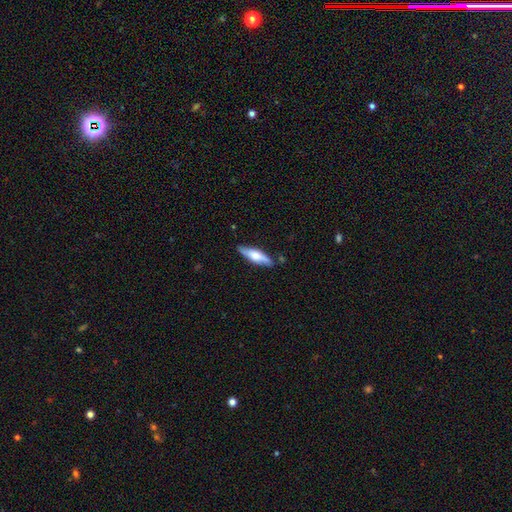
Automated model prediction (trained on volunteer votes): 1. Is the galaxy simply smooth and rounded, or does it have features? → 55% smooth, 39% featured or disk, 6% star or artifact.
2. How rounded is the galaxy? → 62% cigar-shaped, 36% in between, 2% round.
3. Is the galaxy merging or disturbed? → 82% none, 13% minor disturbance, 2% merger, 2% major disturbance.